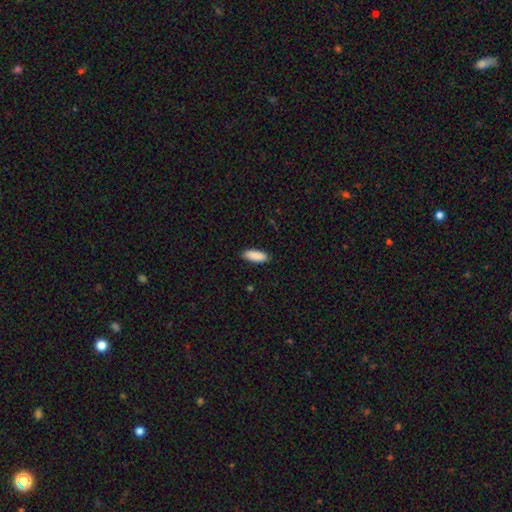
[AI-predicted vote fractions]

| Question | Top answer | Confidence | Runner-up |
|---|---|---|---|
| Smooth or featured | smooth | 91% | star or artifact (6%) |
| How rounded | in between | 71% | cigar-shaped (28%) |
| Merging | none | 89% | minor disturbance (8%) |